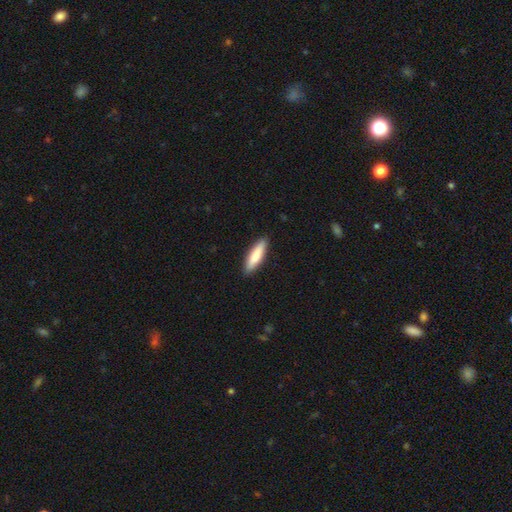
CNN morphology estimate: Smooth or featured?
  - smooth: 81% *
  - featured or disk: 14%
  - star or artifact: 5%
How rounded?
  - cigar-shaped: 68% *
  - in between: 30%
  - round: 1%
Merging?
  - none: 90% *
  - minor disturbance: 8%
  - major disturbance: 2%
  - merger: 1%